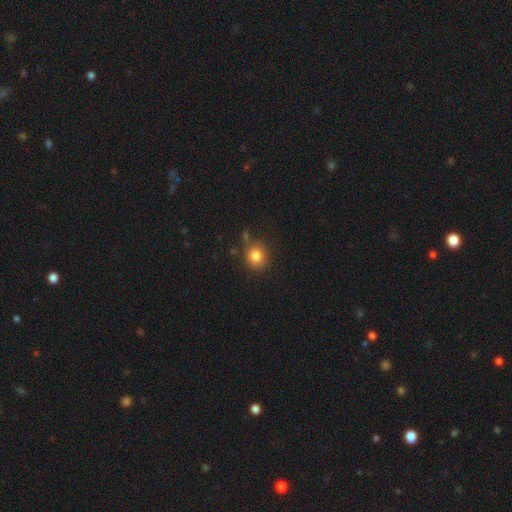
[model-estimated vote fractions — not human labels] This appears to be a smooth galaxy with no disk features (82%) that is round (80%). Merging: none (77%).